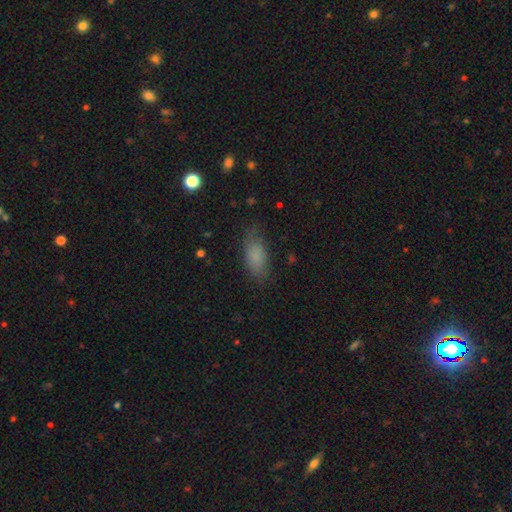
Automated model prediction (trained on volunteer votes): This is clearly a smooth galaxy (83%). How rounded: clearly in between (85%). Merging: likely none (77%).